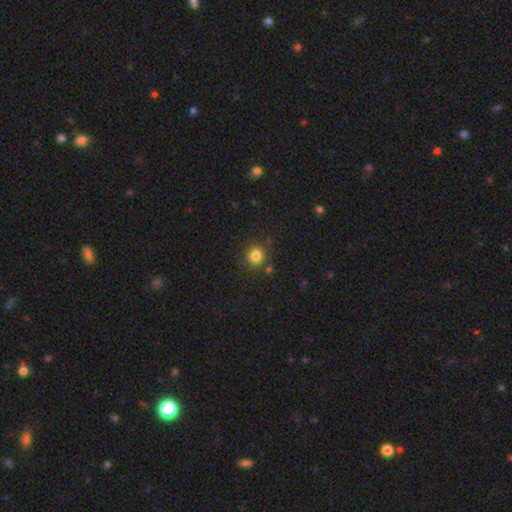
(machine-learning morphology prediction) smooth_or_featured: smooth (p=0.83) [alt: star or artifact p=0.12]
how_rounded: round (p=0.88) [alt: in between p=0.11]
merging: none (p=0.84) [alt: minor disturbance p=0.08]